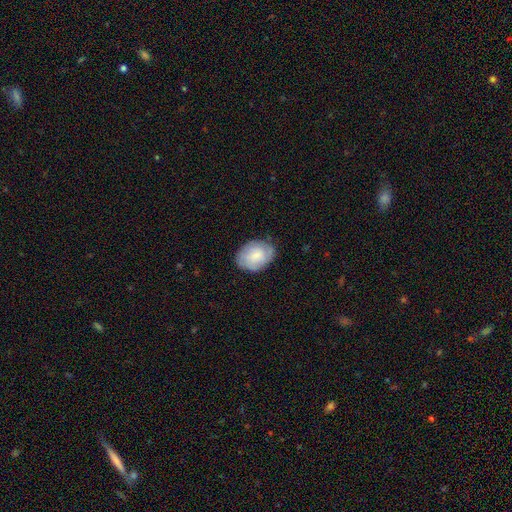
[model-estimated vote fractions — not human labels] smooth 67%, featured or disk 26%, star or artifact 7%. Down the decision tree: how rounded — in between (74%); merging — none (75%).